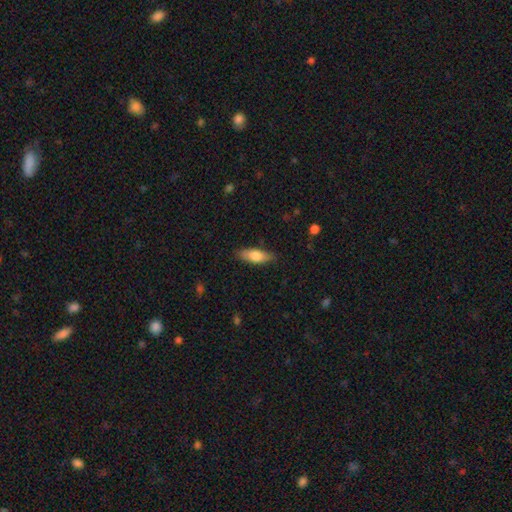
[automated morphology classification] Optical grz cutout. It shows a smooth galaxy with no disk features (73%) that is in between round and cigar-shaped (61%). Merging: none (83%).